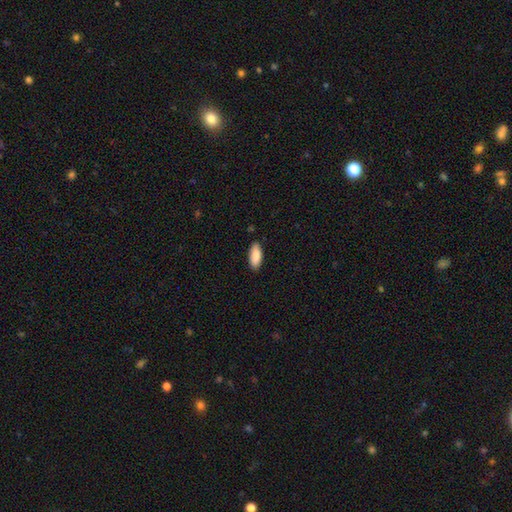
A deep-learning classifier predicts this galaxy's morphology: Overall: smooth (89%). How rounded: in between (82%). Merging: none (87%).